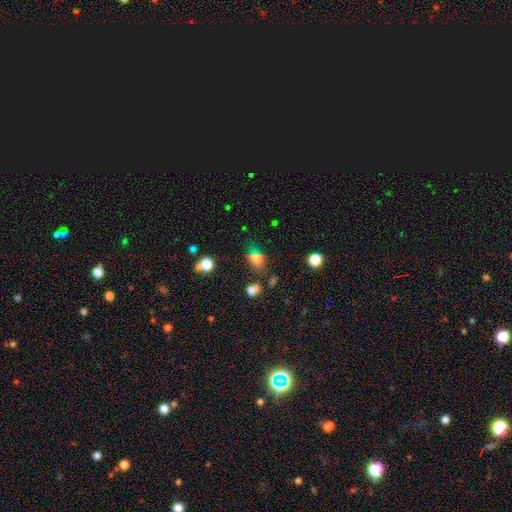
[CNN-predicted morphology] Q: Smooth or featured?
A: smooth (70%); runner-up: star or artifact (20%)
Q: How rounded?
A: in between (71%); runner-up: round (26%)
Q: Merging?
A: none (62%); runner-up: minor disturbance (20%)